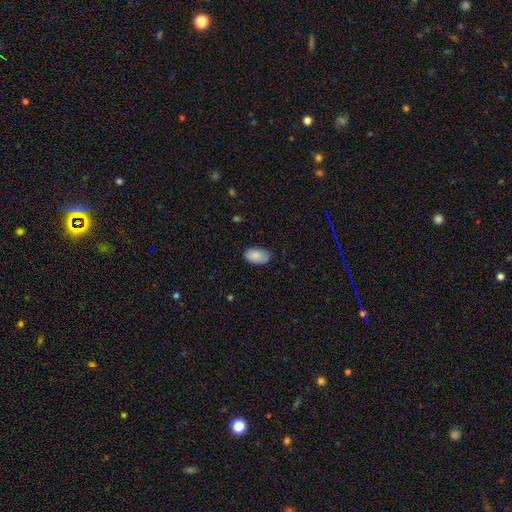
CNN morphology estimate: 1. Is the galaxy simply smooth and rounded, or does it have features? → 87% smooth, 6% star or artifact, 6% featured or disk.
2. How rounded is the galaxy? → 94% in between, 4% round, 1% cigar-shaped.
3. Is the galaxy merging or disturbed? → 78% none, 18% minor disturbance, 3% major disturbance, 1% merger.